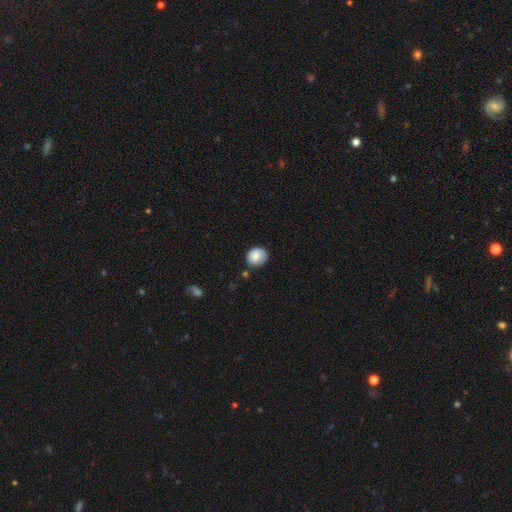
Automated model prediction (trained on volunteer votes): Smooth or featured? smooth (81%)
How rounded? round (72%)
Merging? none (70%)